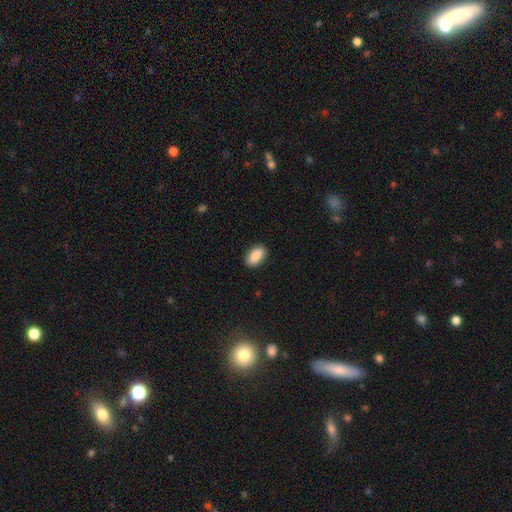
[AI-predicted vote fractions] Smooth or featured? smooth (88%)
How rounded? in between (92%)
Merging? none (89%)